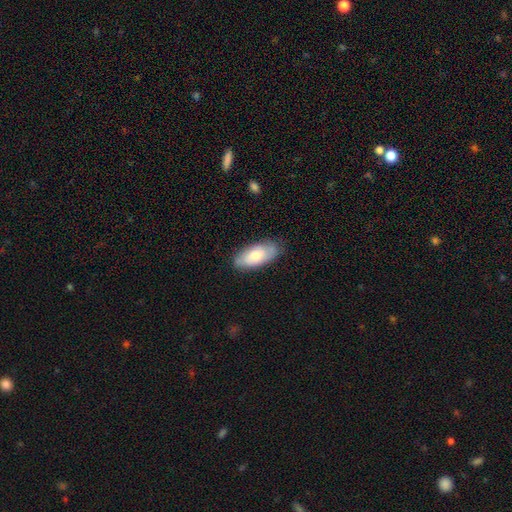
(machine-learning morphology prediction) A smooth galaxy with no disk features (69%) that is in between round and cigar-shaped (90%). Merging: none (79%).